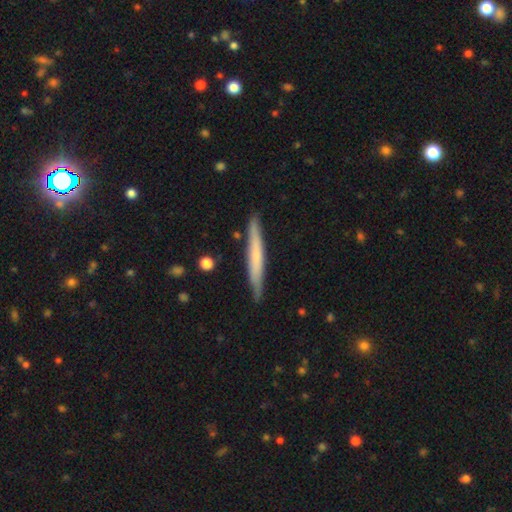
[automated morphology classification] A smooth galaxy with no disk features (53%) that is cigar-shaped (96%). Merging: none (87%).